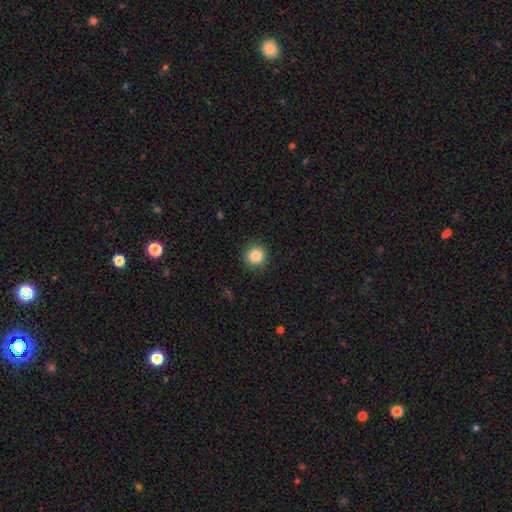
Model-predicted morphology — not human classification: smooth_or_featured: smooth (p=0.86) [alt: star or artifact p=0.10]
how_rounded: round (p=0.92) [alt: in between p=0.07]
merging: none (p=0.91) [alt: minor disturbance p=0.06]